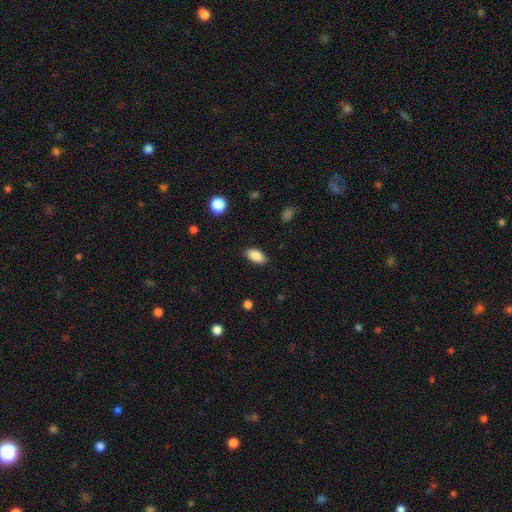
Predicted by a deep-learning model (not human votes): The model was most divided on "merging": none: 87%, minor disturbance: 10%, major disturbance: 2%, merger: 1%. More confident: how rounded — in between (93%); smooth or featured — smooth (88%).